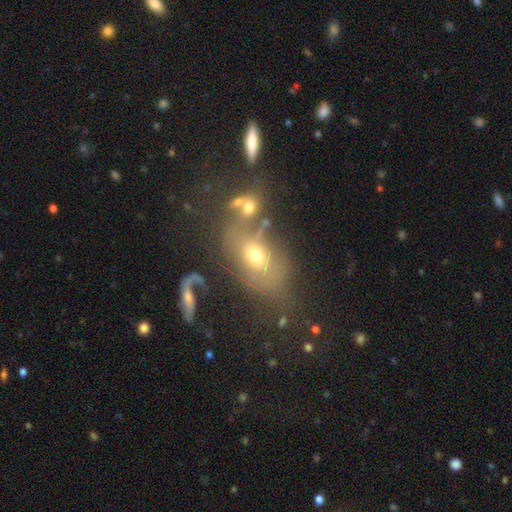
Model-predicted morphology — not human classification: type=smooth (55%); roundness=in between (78%); merging=none (47%).